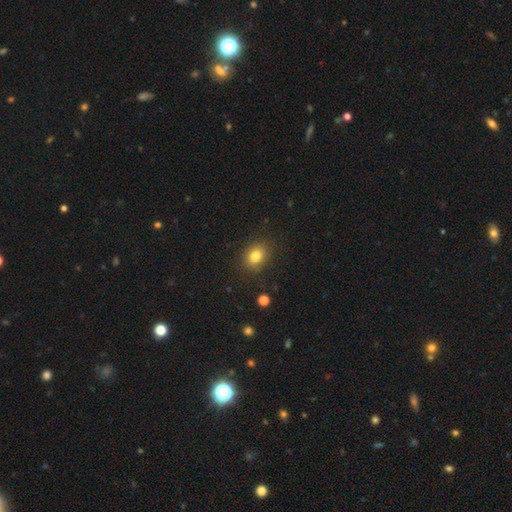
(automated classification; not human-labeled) The model was most divided on "how rounded": round: 57%, in between: 42%, cigar-shaped: 1%. More confident: merging — none (86%); smooth or featured — smooth (81%).